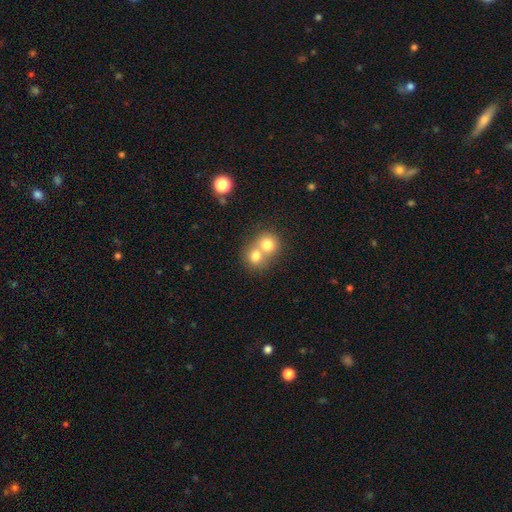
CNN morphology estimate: smooth_or_featured: smooth (p=0.73) [alt: featured or disk p=0.16]
how_rounded: round (p=0.78) [alt: in between p=0.21]
merging: merger (p=0.65) [alt: none p=0.28]